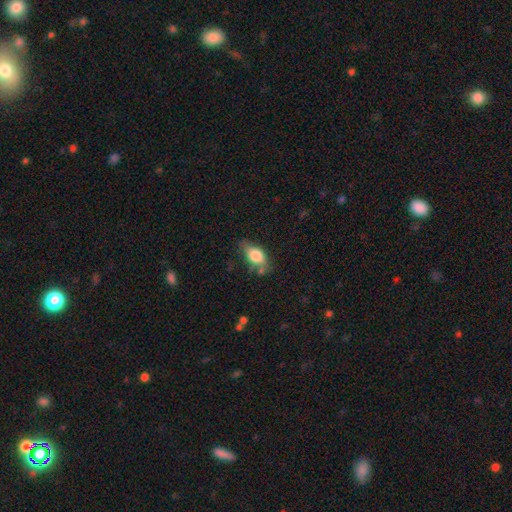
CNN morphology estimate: smooth 77%, featured or disk 15%, star or artifact 8%. Down the decision tree: how rounded — in between (84%); merging — none (50%).